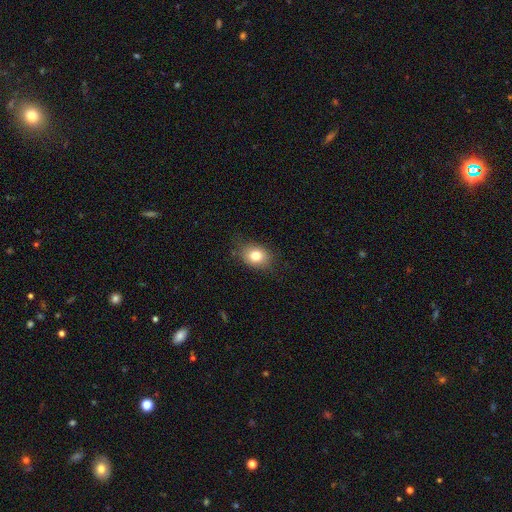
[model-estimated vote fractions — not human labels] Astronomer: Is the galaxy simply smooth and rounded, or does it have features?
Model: smooth — 80%.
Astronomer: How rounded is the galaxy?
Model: in between — 57% (runner-up: round, 42%).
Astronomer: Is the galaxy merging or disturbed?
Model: none — 77%.